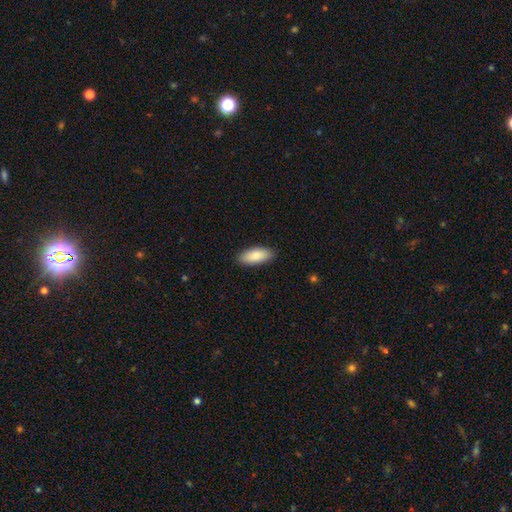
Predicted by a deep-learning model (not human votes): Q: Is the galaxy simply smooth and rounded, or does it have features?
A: smooth — 85%.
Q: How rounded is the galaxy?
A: in between — 81%.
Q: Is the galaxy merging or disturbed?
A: none — 89%.